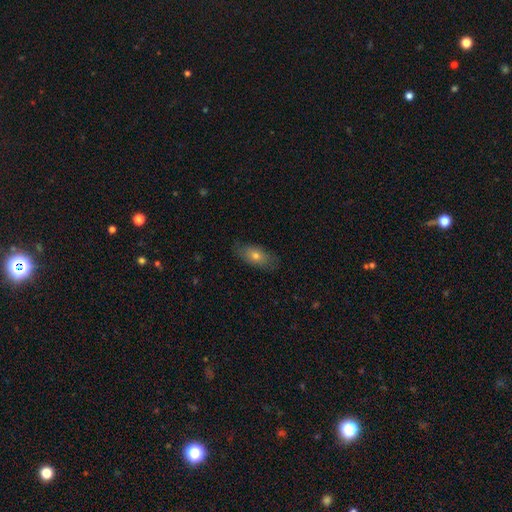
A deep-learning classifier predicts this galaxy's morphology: smooth_or_featured: smooth (p=0.65) [alt: featured or disk p=0.26]
how_rounded: in between (p=0.83) [alt: cigar-shaped p=0.12]
merging: none (p=0.81) [alt: minor disturbance p=0.15]